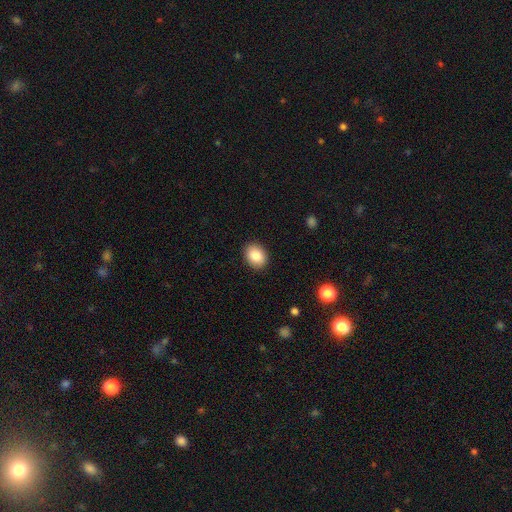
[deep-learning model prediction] smooth_or_featured: smooth (p=0.85) [alt: star or artifact p=0.08]
how_rounded: in between (p=0.60) [alt: round p=0.39]
merging: none (p=0.90) [alt: minor disturbance p=0.07]